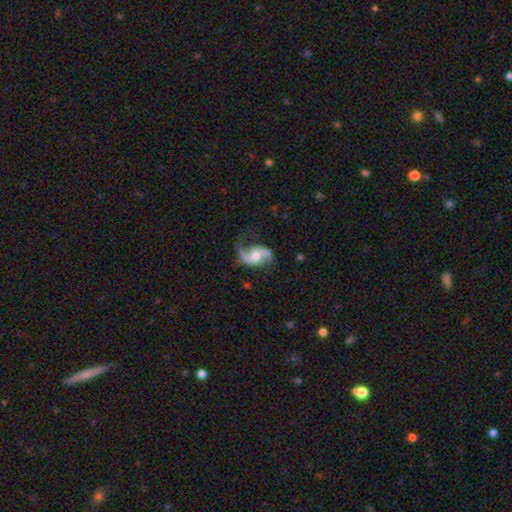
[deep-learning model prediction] Smooth or featured? Predicted: featured or disk (p=0.84). Edge-on disk? Predicted: no (p=0.97). Bar? Predicted: no (p=0.56). Spiral arms? Predicted: yes (p=0.95). Spiral winding? Predicted: loose (p=0.61). Spiral arm count? Predicted: 2 (p=0.88). Bulge size? Predicted: moderate (p=0.69). Merging? Predicted: none (p=0.61).